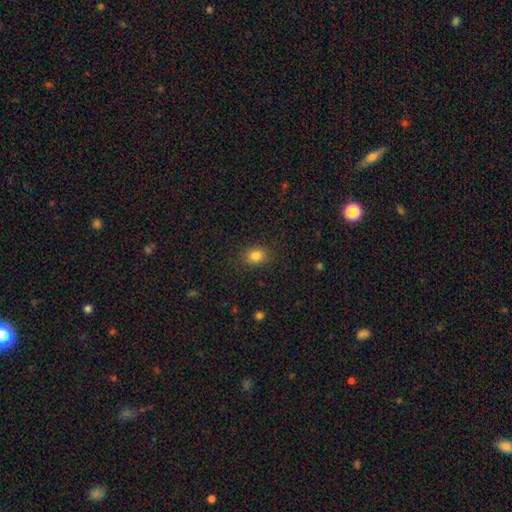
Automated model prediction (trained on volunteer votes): smooth 84%, star or artifact 11%, featured or disk 5%. Down the decision tree: how rounded — in between (50%); merging — none (87%).